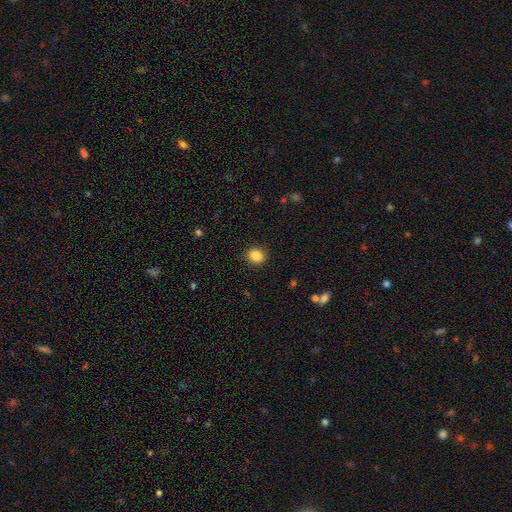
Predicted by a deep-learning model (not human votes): smooth 87%, star or artifact 10%, featured or disk 3%. Down the decision tree: how rounded — round (70%); merging — none (90%).